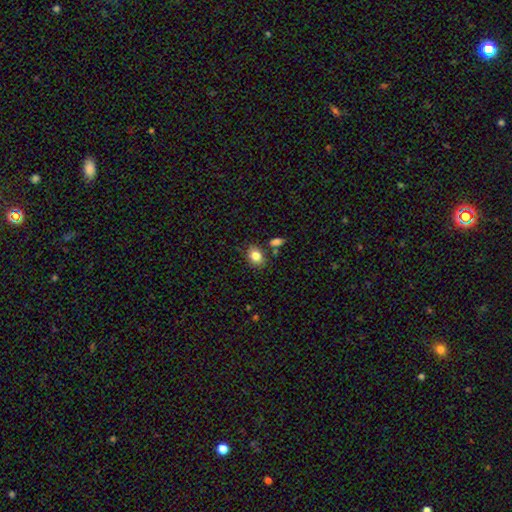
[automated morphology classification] Smooth or featured? Predicted: smooth (p=0.83). How rounded? Predicted: in between (p=0.65). Merging? Predicted: none (p=0.76).